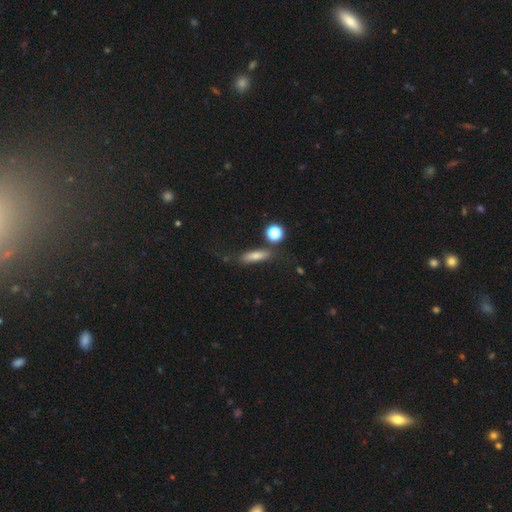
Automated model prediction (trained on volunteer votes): Overall: smooth (69%). How rounded: cigar-shaped (55%; in between 38%). Merging: none (69%).